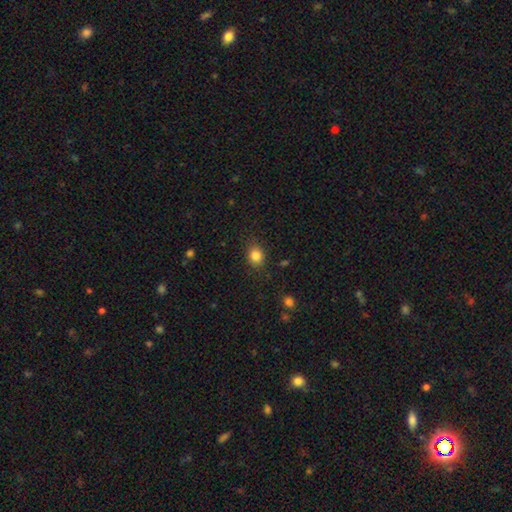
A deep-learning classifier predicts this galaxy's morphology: type=smooth (84%); roundness=round (60%); merging=none (84%).